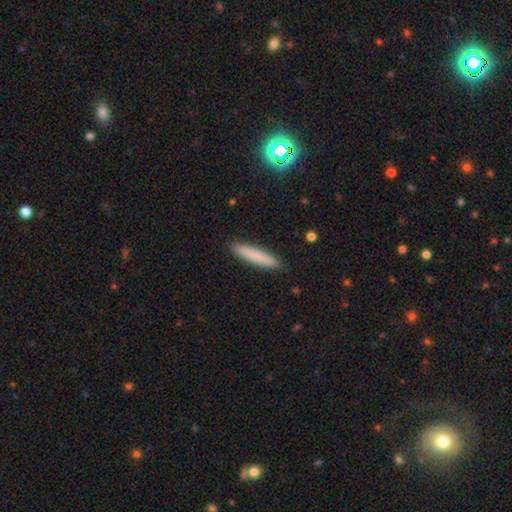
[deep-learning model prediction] Smooth or featured: smooth — 79% (featured or disk — 14%)
How rounded: cigar-shaped — 93% (in between — 6%)
Merging: none — 91% (minor disturbance — 7%)